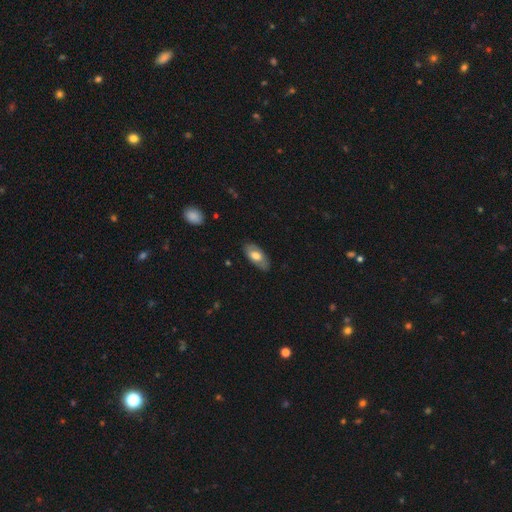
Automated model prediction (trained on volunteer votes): Smooth or featured: smooth — 67% (featured or disk — 28%)
How rounded: in between — 91% (cigar-shaped — 6%)
Merging: none — 81% (minor disturbance — 16%)